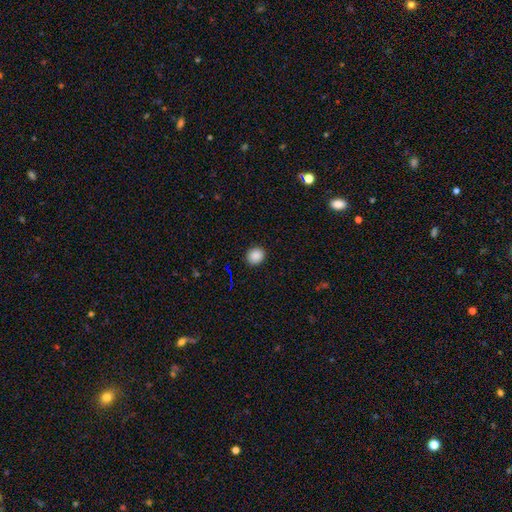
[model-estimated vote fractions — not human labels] smooth-or-featured: smooth: 86% | star or artifact: 11% | featured or disk: 3%
  how-rounded: round: 81% | in between: 18% | cigar-shaped: 1%
  merging: none: 91% | minor disturbance: 6% | major disturbance: 2% | merger: 1%